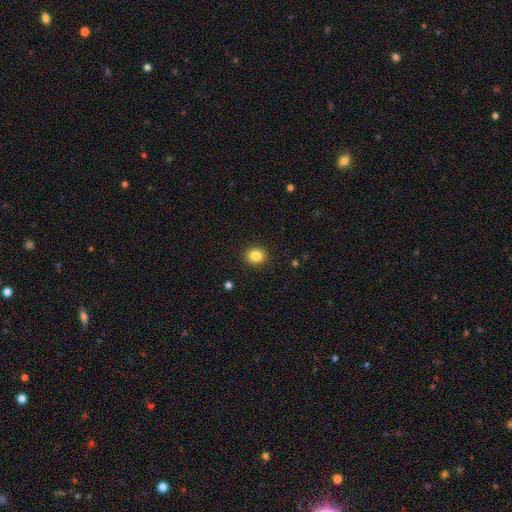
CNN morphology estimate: smooth_or_featured: smooth (p=0.84) [alt: star or artifact p=0.10]
how_rounded: round (p=0.80) [alt: in between p=0.19]
merging: none (p=0.91) [alt: minor disturbance p=0.06]